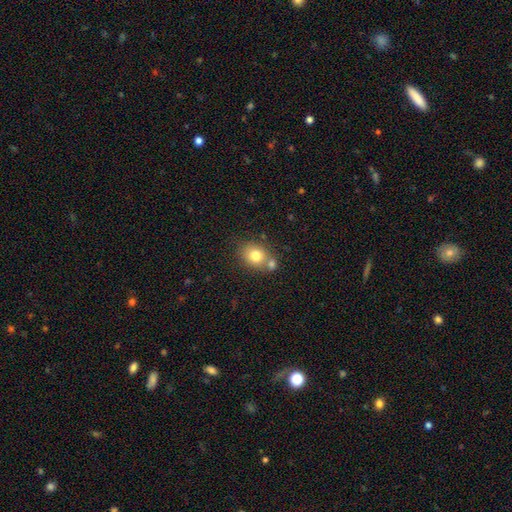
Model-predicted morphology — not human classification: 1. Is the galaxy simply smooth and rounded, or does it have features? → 78% smooth, 12% featured or disk, 11% star or artifact.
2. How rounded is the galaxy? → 67% round, 32% in between, 1% cigar-shaped.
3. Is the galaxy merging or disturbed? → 56% none, 30% merger, 11% minor disturbance, 3% major disturbance.